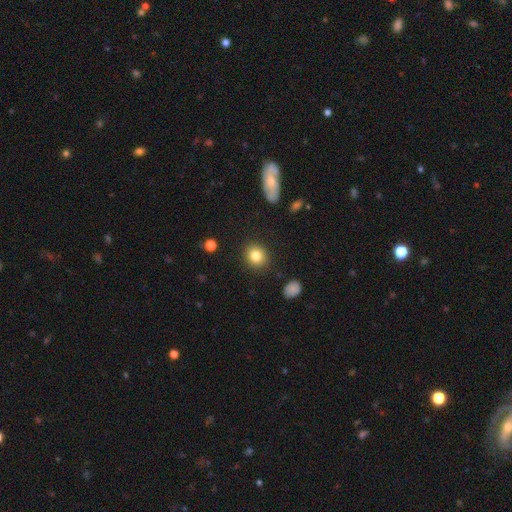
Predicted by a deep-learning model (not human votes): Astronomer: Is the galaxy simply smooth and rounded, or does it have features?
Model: smooth — 84%.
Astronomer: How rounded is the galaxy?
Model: round — 82%.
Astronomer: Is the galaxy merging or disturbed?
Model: none — 90%.